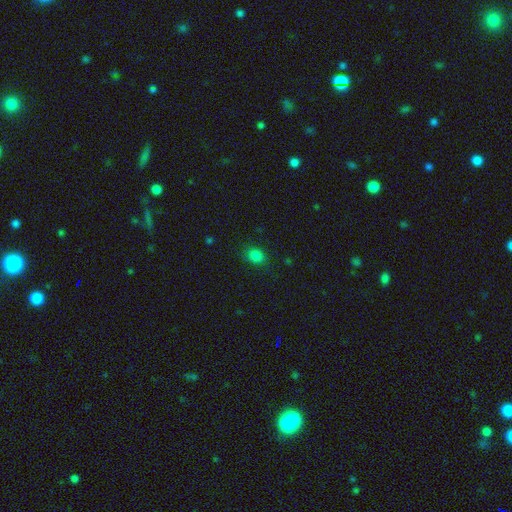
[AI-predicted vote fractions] smooth_or_featured: smooth (p=0.82) [alt: star or artifact p=0.14]
how_rounded: round (p=0.60) [alt: in between p=0.39]
merging: none (p=0.85) [alt: minor disturbance p=0.11]